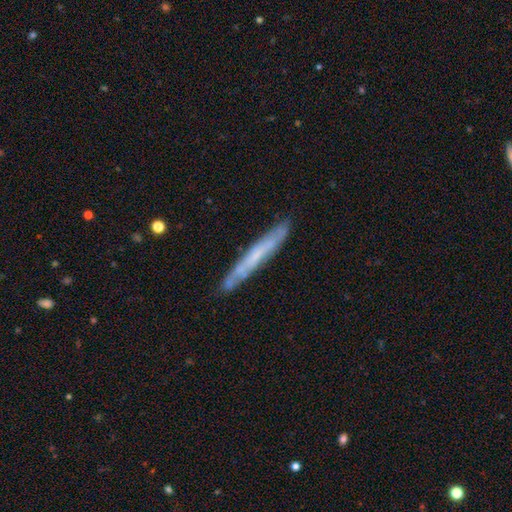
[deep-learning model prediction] featured or disk 52%, smooth 42%, star or artifact 7%. Down the decision tree: edge-on disk — yes (82%); merging — none (83%).